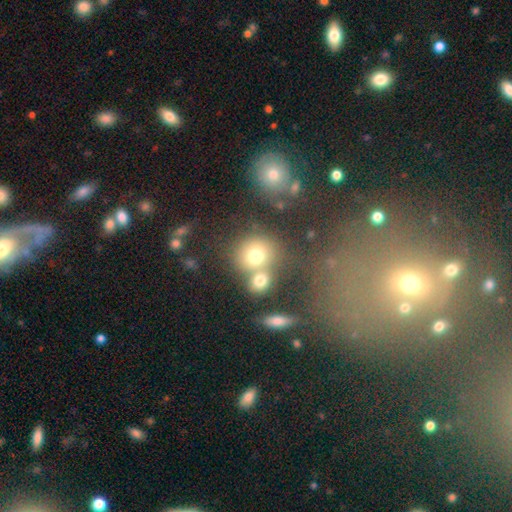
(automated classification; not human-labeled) A smooth galaxy with no disk features (71%) that is round (79%).

Vote fractions:
- Smooth or featured? smooth: 71% / star or artifact: 16% / featured or disk: 13%
- How rounded? round: 79% / in between: 20% / cigar-shaped: 1%
- Merging? none: 46% / merger: 38% / minor disturbance: 10% / major disturbance: 6%